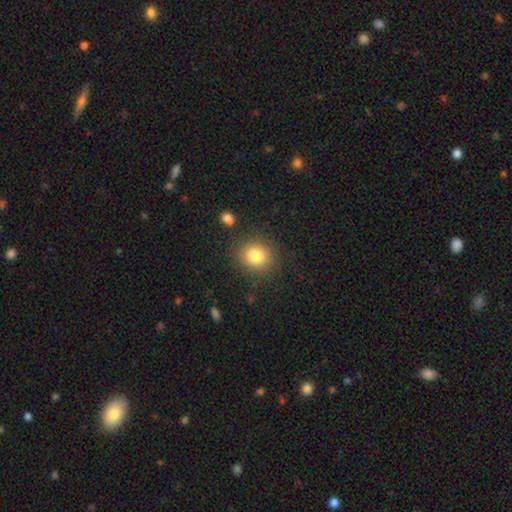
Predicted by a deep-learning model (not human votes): Smooth or featured?
  - smooth: 82% *
  - star or artifact: 11%
  - featured or disk: 7%
How rounded?
  - round: 80% *
  - in between: 20%
  - cigar-shaped: 1%
Merging?
  - none: 86% *
  - minor disturbance: 9%
  - major disturbance: 3%
  - merger: 2%